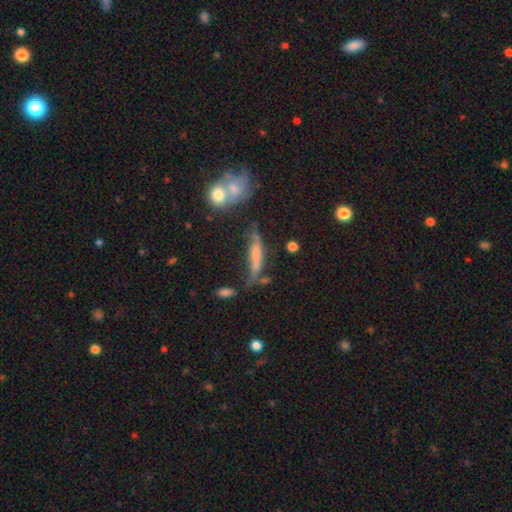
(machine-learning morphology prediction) Smooth or featured?
  - smooth: 53% *
  - featured or disk: 36%
  - star or artifact: 11%
How rounded?
  - cigar-shaped: 79% *
  - in between: 18%
  - round: 3%
Merging?
  - none: 48% *
  - minor disturbance: 24%
  - merger: 16%
  - major disturbance: 13%